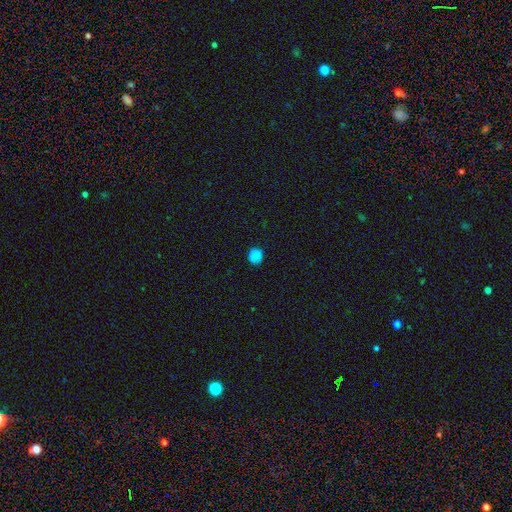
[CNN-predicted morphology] Q: Smooth or featured?
A: smooth (85%); runner-up: star or artifact (12%)
Q: How rounded?
A: round (86%); runner-up: in between (13%)
Q: Merging?
A: none (87%); runner-up: minor disturbance (9%)